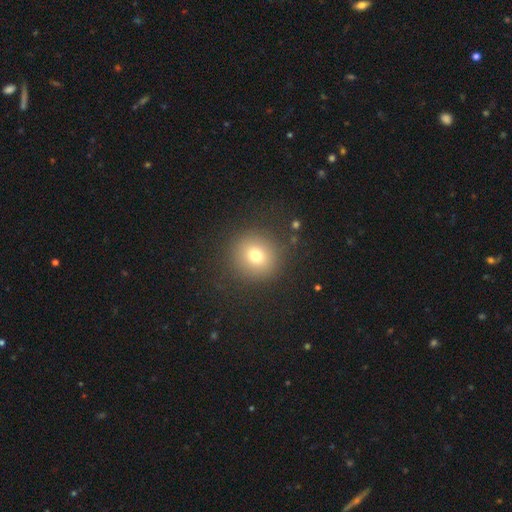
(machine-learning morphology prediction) type=smooth (74%); roundness=round (91%); merging=none (87%).